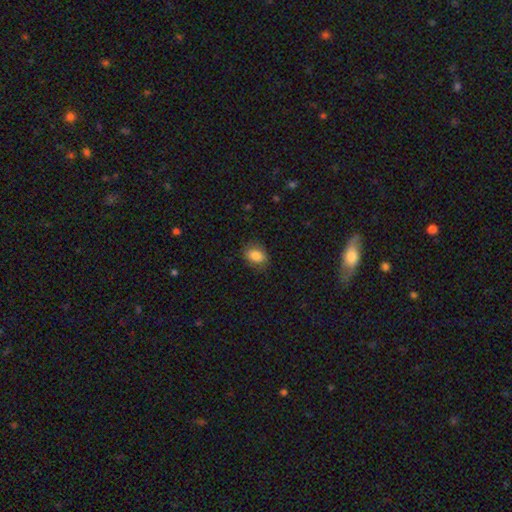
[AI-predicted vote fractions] Smooth or featured?
  - smooth: 85% *
  - star or artifact: 8%
  - featured or disk: 7%
How rounded?
  - in between: 78% *
  - round: 21%
  - cigar-shaped: 1%
Merging?
  - none: 79% *
  - minor disturbance: 15%
  - major disturbance: 4%
  - merger: 1%